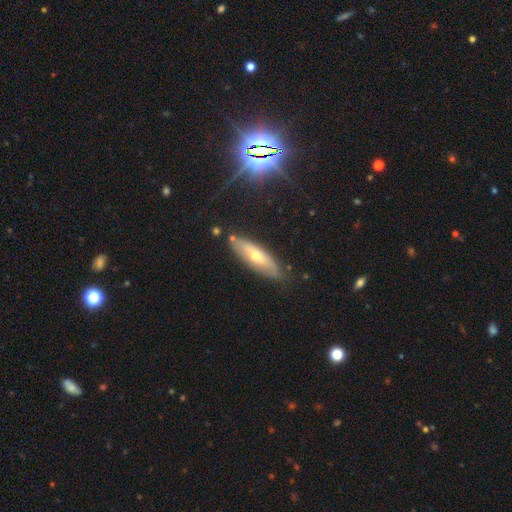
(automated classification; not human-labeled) Smooth or featured? featured or disk (49%)
Merging? none (79%)